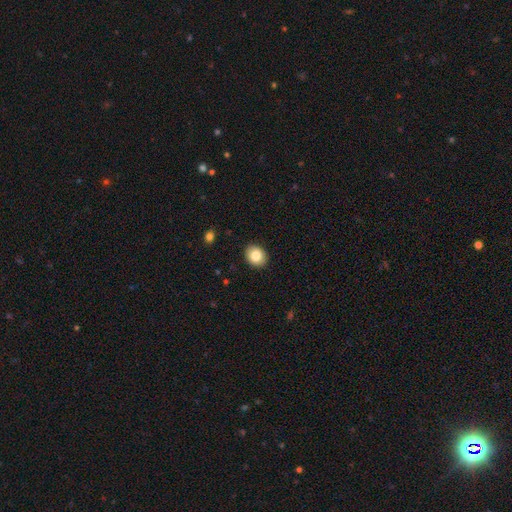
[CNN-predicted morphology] This is clearly a smooth galaxy (83%). How rounded: possibly round (55%). Merging: clearly none (91%).